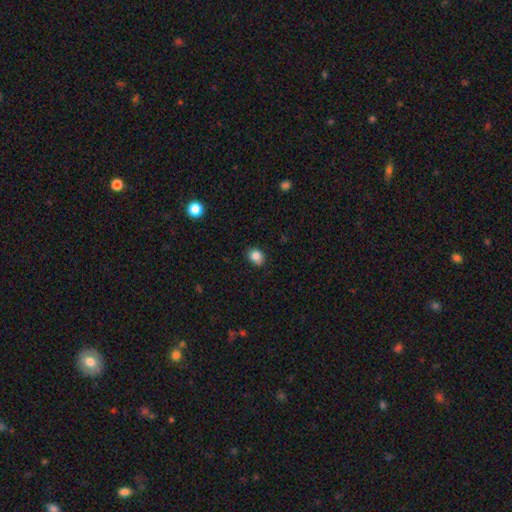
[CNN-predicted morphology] A smooth galaxy with no disk features (84%) that is in between round and cigar-shaped (52%).

Vote fractions:
- Smooth or featured? smooth: 84% / star or artifact: 10% / featured or disk: 6%
- How rounded? in between: 52% / round: 47% / cigar-shaped: 1%
- Merging? none: 85% / minor disturbance: 11% / major disturbance: 2% / merger: 1%